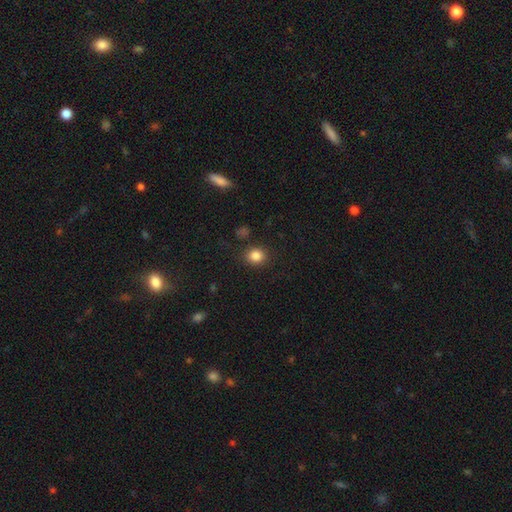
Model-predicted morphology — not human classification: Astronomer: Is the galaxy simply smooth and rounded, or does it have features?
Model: smooth — 84%.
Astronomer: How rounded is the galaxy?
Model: round — 74%.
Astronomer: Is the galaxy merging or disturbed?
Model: none — 88%.